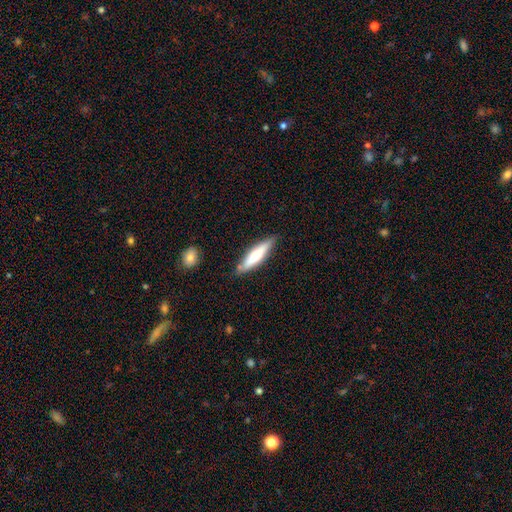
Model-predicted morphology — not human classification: Smooth or featured: smooth — 54% (featured or disk — 41%)
How rounded: cigar-shaped — 78% (in between — 21%)
Merging: none — 81% (minor disturbance — 14%)